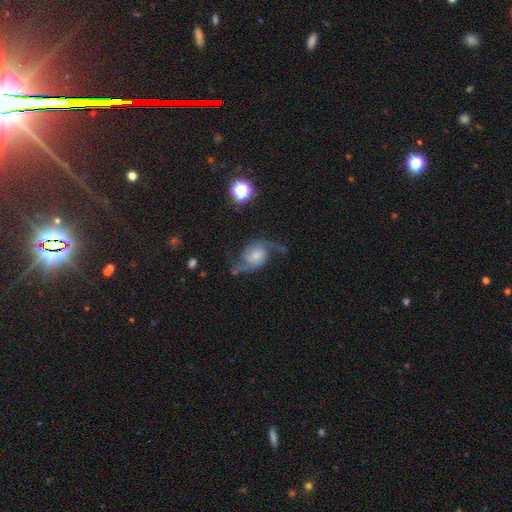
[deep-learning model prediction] Smooth or featured? featured or disk (84%)
Edge-on disk? no (97%)
Bar? no (62%)
Spiral arms? yes (97%)
Spiral winding? loose (57%)
Spiral arm count? 2 (92%)
Bulge size? small (50%)
Merging? none (62%)